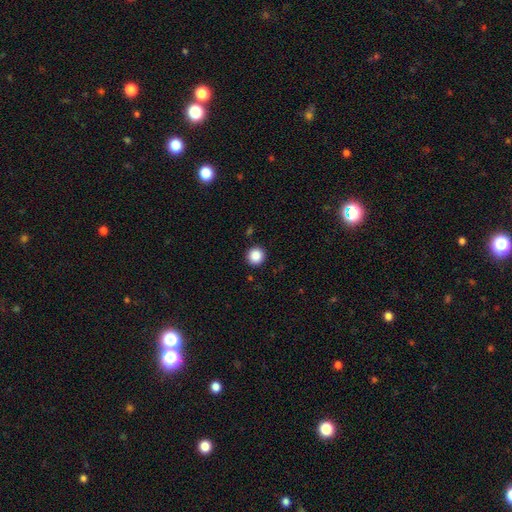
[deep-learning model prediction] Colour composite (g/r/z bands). It shows a smooth galaxy with no disk features (87%) that is round (95%). Merging: none (92%).